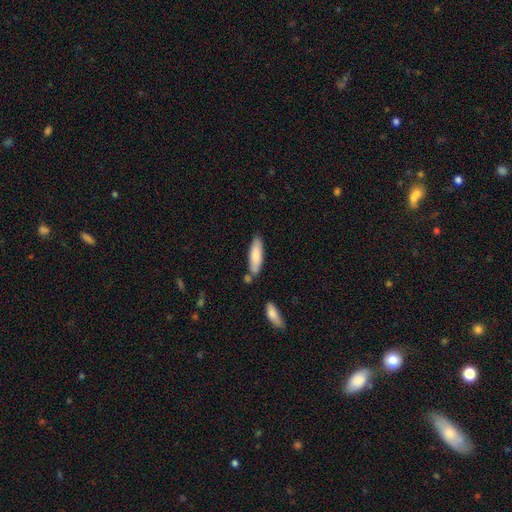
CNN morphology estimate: Smooth or featured?
  - smooth: 82% *
  - featured or disk: 13%
  - star or artifact: 5%
How rounded?
  - cigar-shaped: 55% *
  - in between: 44%
  - round: 1%
Merging?
  - none: 73% *
  - minor disturbance: 15%
  - merger: 10%
  - major disturbance: 3%